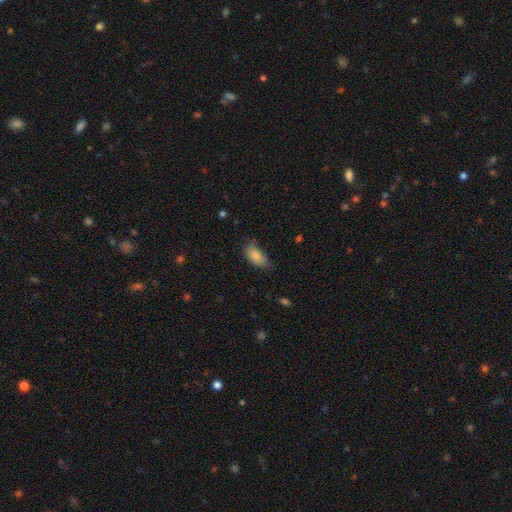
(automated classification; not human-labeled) Morphology: type=smooth (86%); roundness=in between (91%); merging=none (70%).